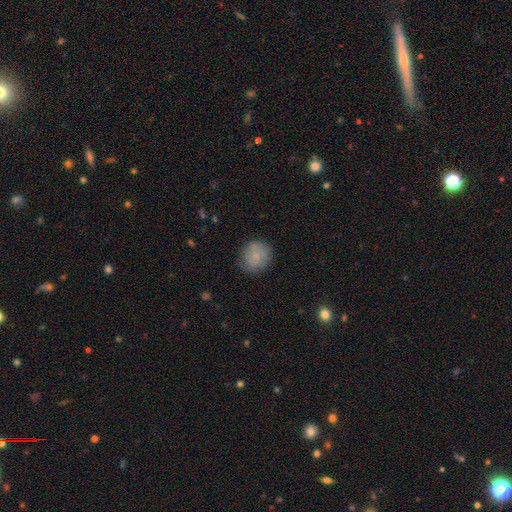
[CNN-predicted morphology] smooth_or_featured: smooth (p=0.81) [alt: featured or disk p=0.11]
how_rounded: round (p=0.83) [alt: in between p=0.16]
merging: none (p=0.78) [alt: minor disturbance p=0.17]